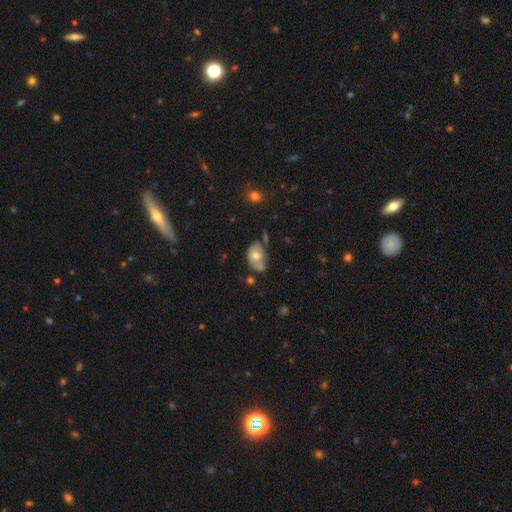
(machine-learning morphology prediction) Smooth or featured? smooth (62%)
How rounded? in between (73%)
Merging? none (37%)